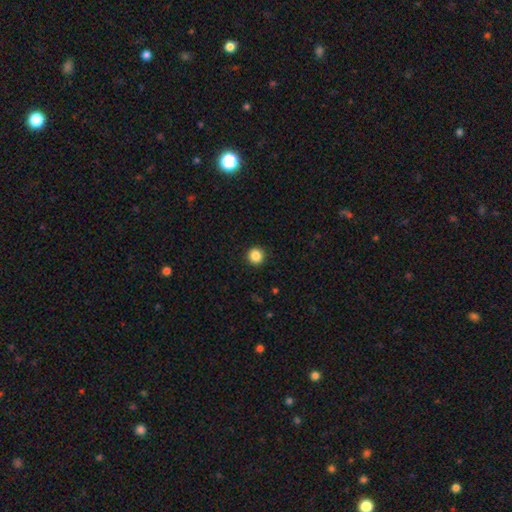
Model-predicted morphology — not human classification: A smooth galaxy with no disk features (86%) that is round (95%).

Vote fractions:
- Smooth or featured? smooth: 86% / star or artifact: 10% / featured or disk: 3%
- How rounded? round: 95% / in between: 4% / cigar-shaped: 1%
- Merging? none: 93% / minor disturbance: 4% / major disturbance: 2% / merger: 1%